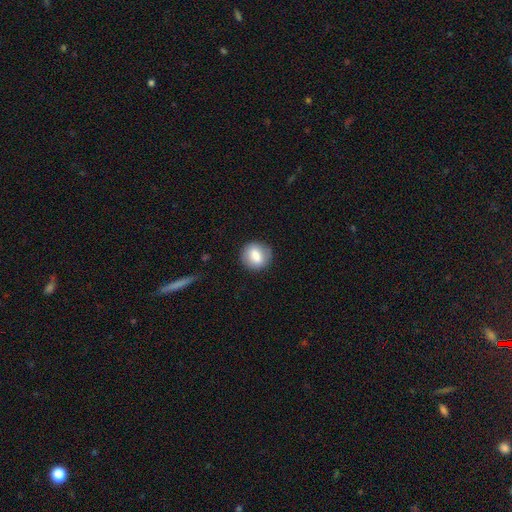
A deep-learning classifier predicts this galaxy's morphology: This appears to be a smooth galaxy with no disk features (78%) that is round (78%). Merging: none (84%).